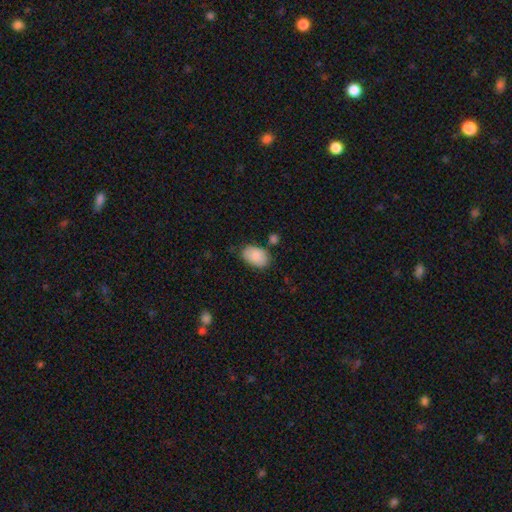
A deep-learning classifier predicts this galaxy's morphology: type=smooth (83%); roundness=in between (89%); merging=none (71%).